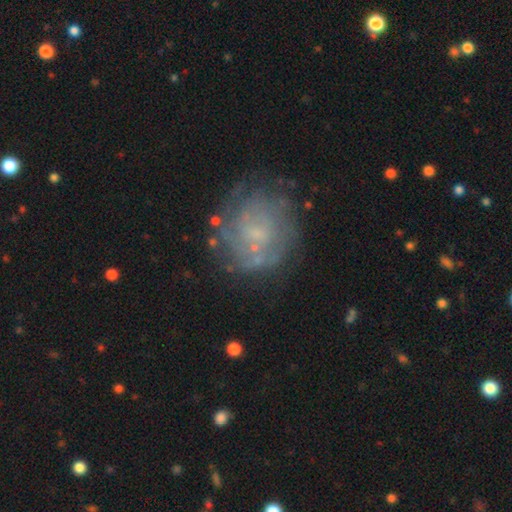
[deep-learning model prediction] Smooth or featured? featured or disk (67%)
Edge-on disk? no (98%)
Bar? no (66%)
Spiral arms? yes (69%)
Bulge size? small (54%)
Merging? none (65%)